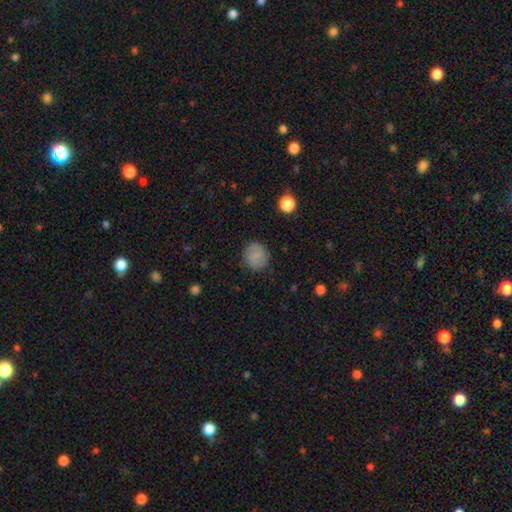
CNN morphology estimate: Overall: smooth (78%). How rounded: round (84%). Merging: none (86%).